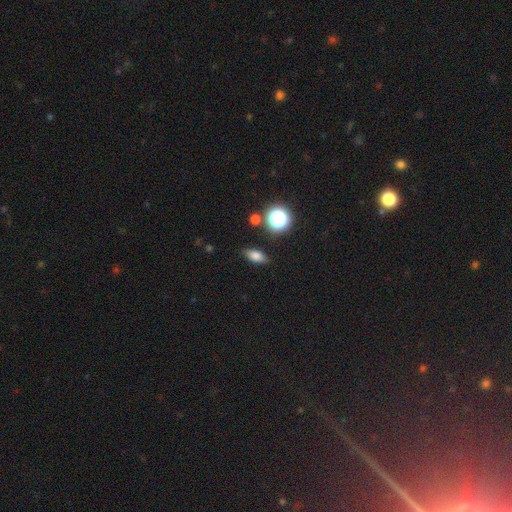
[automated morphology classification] smooth 75%, star or artifact 14%, featured or disk 11%. Down the decision tree: how rounded — in between (77%); merging — none (85%).